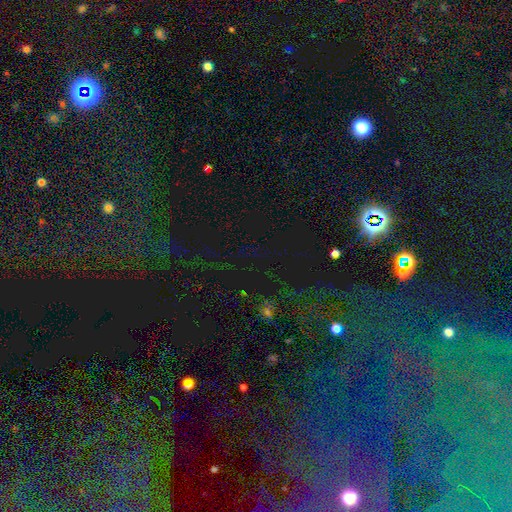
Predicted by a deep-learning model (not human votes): Q: Smooth or featured?
A: star or artifact (81%); runner-up: smooth (12%)